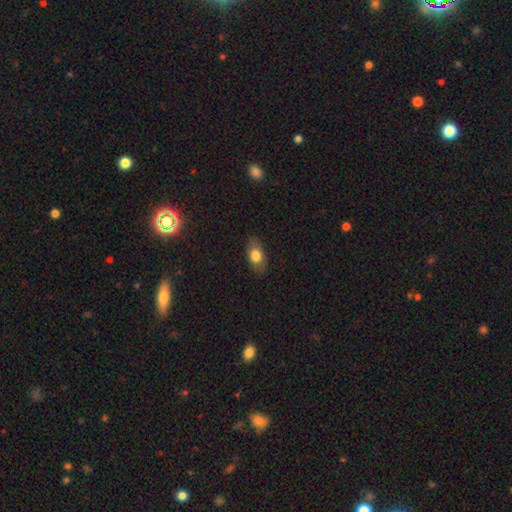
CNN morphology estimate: Q: Smooth or featured?
A: smooth (77%); runner-up: featured or disk (15%)
Q: How rounded?
A: in between (86%); runner-up: round (10%)
Q: Merging?
A: none (83%); runner-up: minor disturbance (13%)